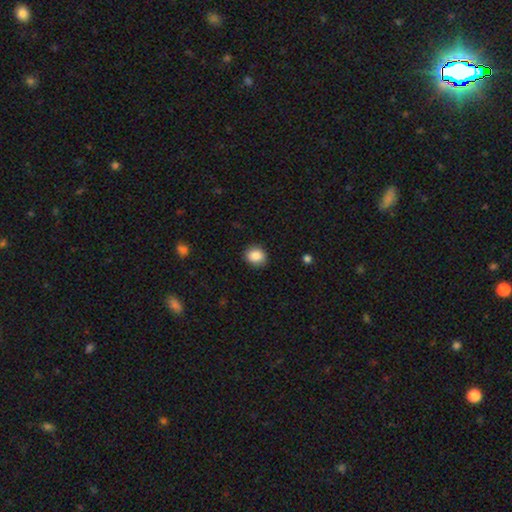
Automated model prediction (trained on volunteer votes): Smooth or featured?
  - smooth: 87% *
  - star or artifact: 8%
  - featured or disk: 5%
How rounded?
  - round: 70% *
  - in between: 29%
  - cigar-shaped: 1%
Merging?
  - none: 87% *
  - minor disturbance: 9%
  - major disturbance: 2%
  - merger: 1%